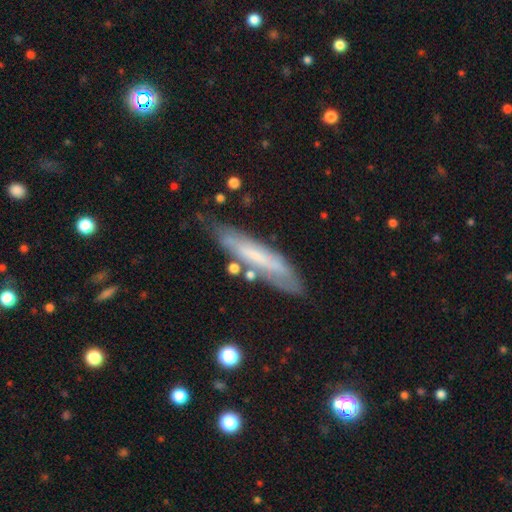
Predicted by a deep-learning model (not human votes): The model was most divided on "smooth or featured": featured or disk: 49%, smooth: 44%, star or artifact: 7%. More confident: merging — none (69%).